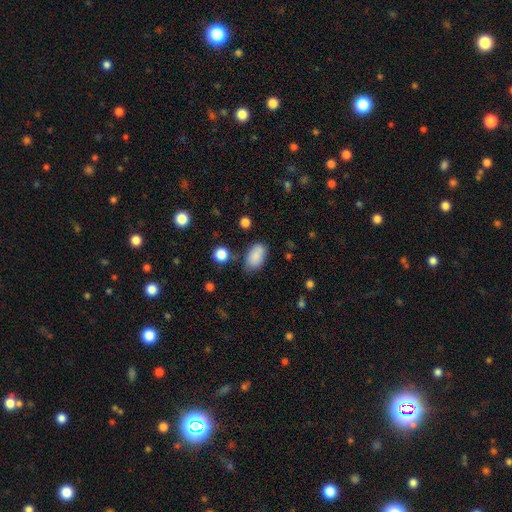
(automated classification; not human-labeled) Smooth or featured? Predicted: smooth (p=0.85). How rounded? Predicted: in between (p=0.91). Merging? Predicted: none (p=0.68).